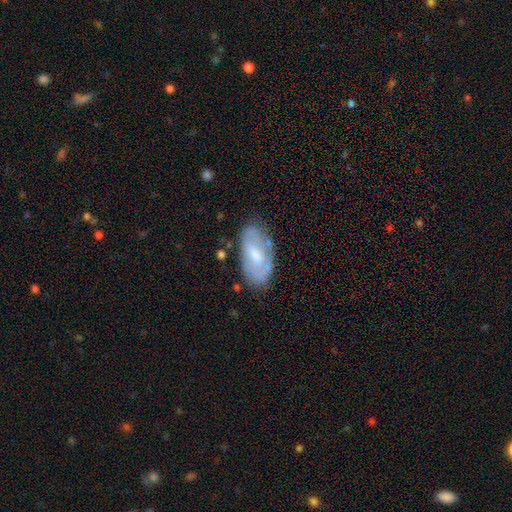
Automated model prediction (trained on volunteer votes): The model was most divided on "smooth or featured": featured or disk: 53%, smooth: 40%, star or artifact: 7%. More confident: edge-on disk — no (90%); merging — none (67%).